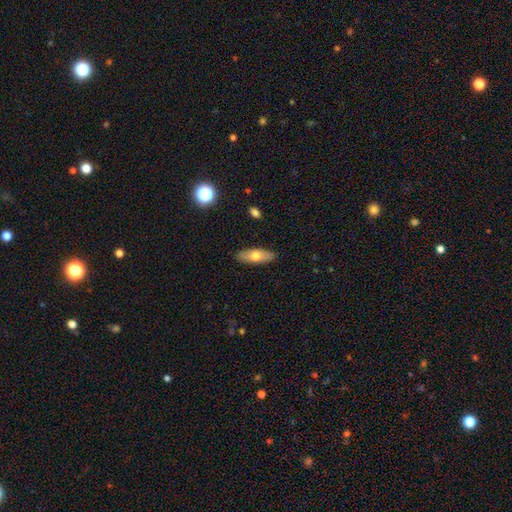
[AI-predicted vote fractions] Q: Smooth or featured?
A: smooth (64%); runner-up: featured or disk (29%)
Q: How rounded?
A: in between (63%); runner-up: cigar-shaped (34%)
Q: Merging?
A: none (88%); runner-up: minor disturbance (9%)